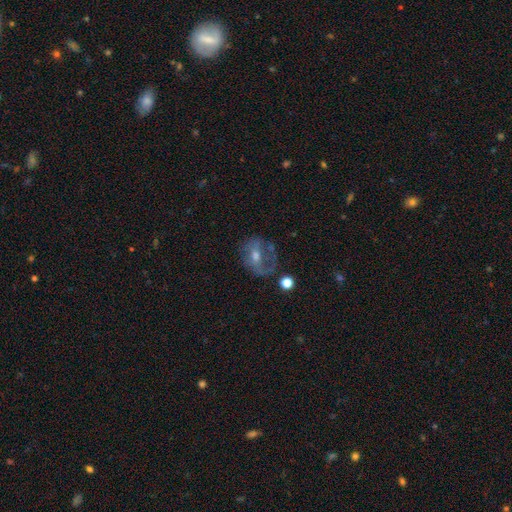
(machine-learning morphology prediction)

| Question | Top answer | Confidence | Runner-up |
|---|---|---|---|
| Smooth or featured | featured or disk | 57% | smooth (32%) |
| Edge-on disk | no | 95% | yes (5%) |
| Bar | no | 43% | weak (39%) |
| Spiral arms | yes | 56% | no (44%) |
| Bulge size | moderate | 60% | small (32%) |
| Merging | none | 47% | minor disturbance (24%) |